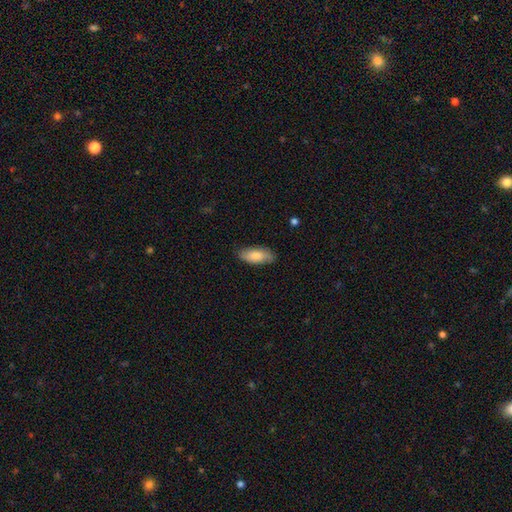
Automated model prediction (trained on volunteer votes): A smooth galaxy with no disk features (78%) that is in between round and cigar-shaped (86%).

Vote fractions:
- Smooth or featured? smooth: 78% / featured or disk: 16% / star or artifact: 6%
- How rounded? in between: 86% / cigar-shaped: 12% / round: 2%
- Merging? none: 80% / minor disturbance: 16% / major disturbance: 3% / merger: 1%